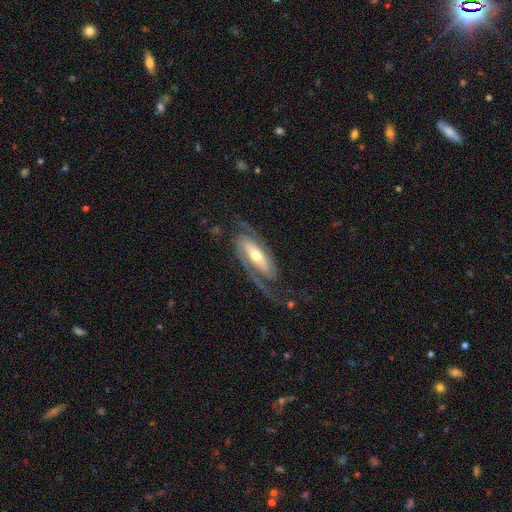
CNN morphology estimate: Smooth or featured: featured or disk — 87% (smooth — 9%)
Edge-on disk: no — 92% (yes — 8%)
Bar: strong — 40% (no — 30%)
Spiral arms: yes — 96% (no — 4%)
Spiral winding: medium — 46% (tight — 30%)
Spiral arm count: 2 — 87% (1 — 6%)
Bulge size: moderate — 59% (small — 28%)
Merging: none — 68% (major disturbance — 16%)